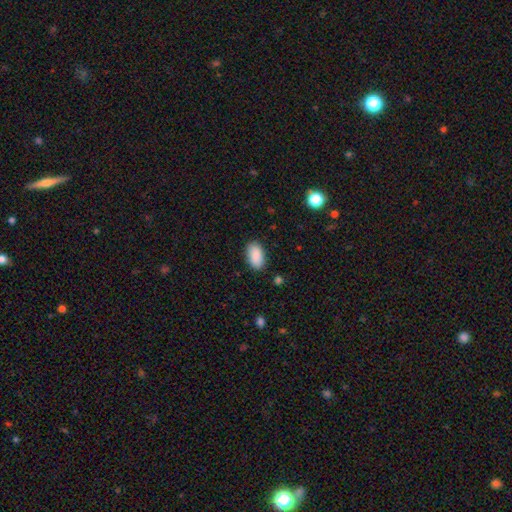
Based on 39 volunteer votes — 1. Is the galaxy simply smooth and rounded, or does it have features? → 87% smooth, 10% featured or disk, 3% star or artifact.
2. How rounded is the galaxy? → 94% in between, 3% round, 3% cigar-shaped.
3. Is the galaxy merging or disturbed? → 74% none, 18% minor disturbance, 5% merger, 3% major disturbance.